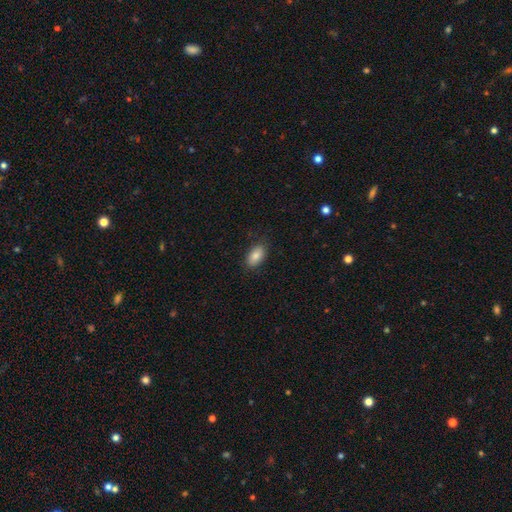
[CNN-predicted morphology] This appears to be a smooth galaxy with no disk features (85%) that is in between round and cigar-shaped (92%). Merging: none (84%).